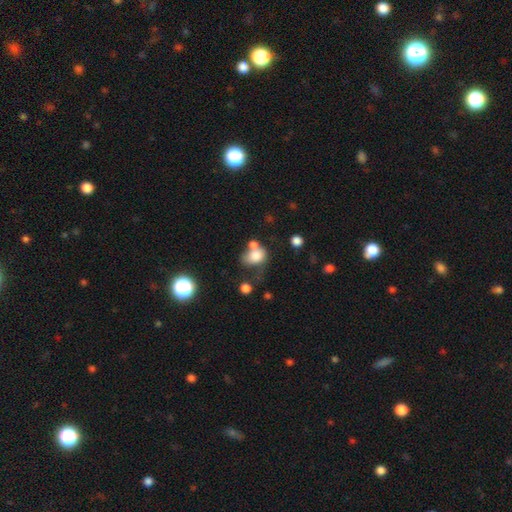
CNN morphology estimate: This is likely a smooth galaxy (75%). How rounded: possibly in between (56%). Merging: marginally merger (39%).